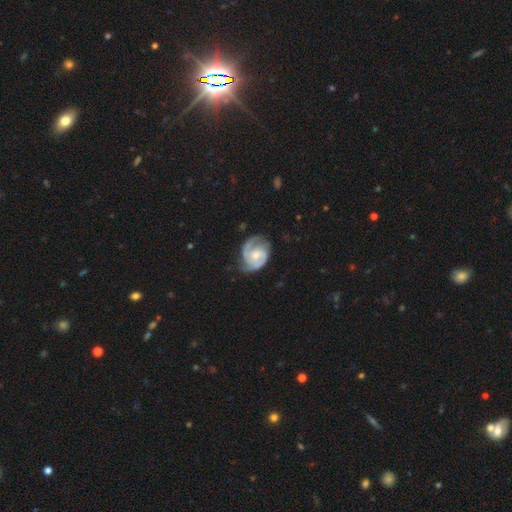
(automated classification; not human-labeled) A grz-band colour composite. It shows a featured or disk galaxy (86%) with no bar (58%), 2 (68%) tight (46%) spiral arms (97%) and a moderate central bulge (49%). Merging: none (64%).